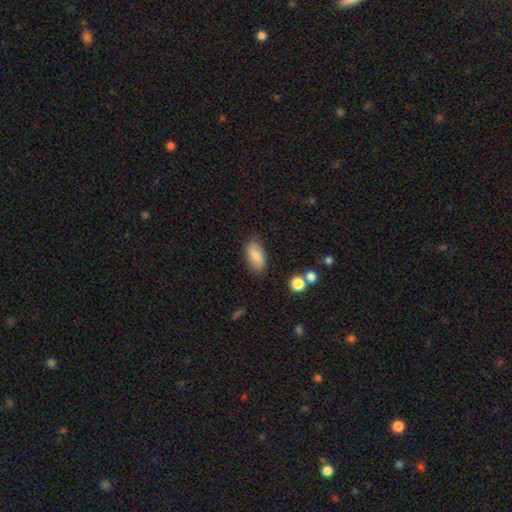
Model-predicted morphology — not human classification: Q: Smooth or featured?
A: smooth (80%); runner-up: featured or disk (13%)
Q: How rounded?
A: in between (92%); runner-up: cigar-shaped (4%)
Q: Merging?
A: none (81%); runner-up: minor disturbance (14%)